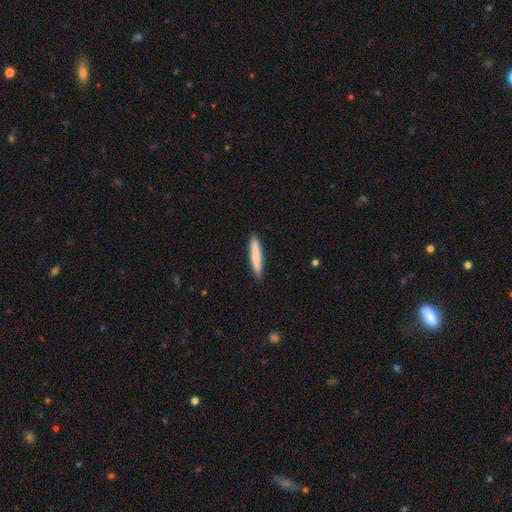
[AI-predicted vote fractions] smooth_or_featured: smooth (p=0.80) [alt: featured or disk p=0.14]
how_rounded: cigar-shaped (p=0.92) [alt: in between p=0.07]
merging: none (p=0.88) [alt: minor disturbance p=0.09]